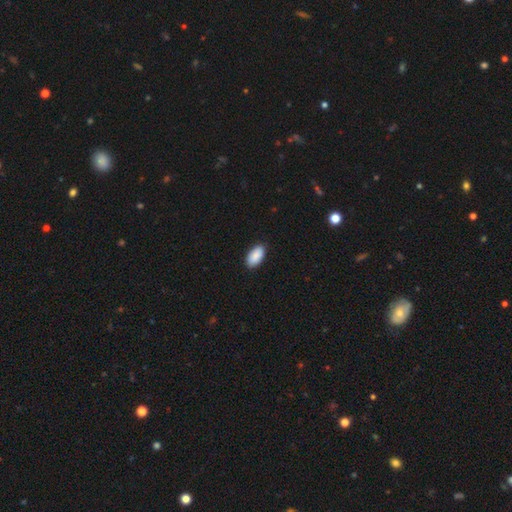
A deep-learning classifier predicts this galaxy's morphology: Smooth or featured? smooth (89%)
How rounded? in between (95%)
Merging? none (86%)